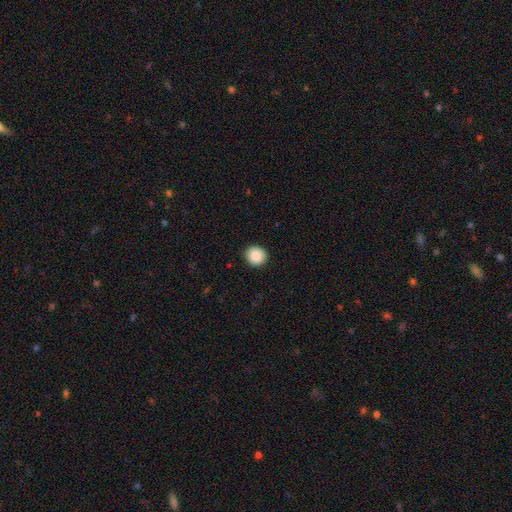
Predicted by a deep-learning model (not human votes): Q: Smooth or featured?
A: smooth (87%); runner-up: star or artifact (8%)
Q: How rounded?
A: round (87%); runner-up: in between (12%)
Q: Merging?
A: none (89%); runner-up: minor disturbance (8%)